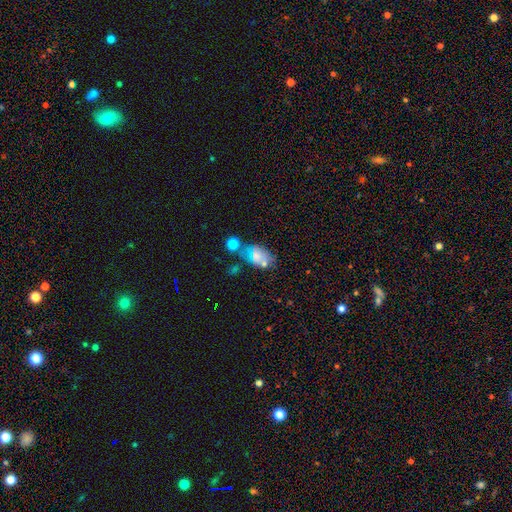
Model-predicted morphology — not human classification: Smooth or featured? smooth (59%)
How rounded? in between (85%)
Merging? none (41%)